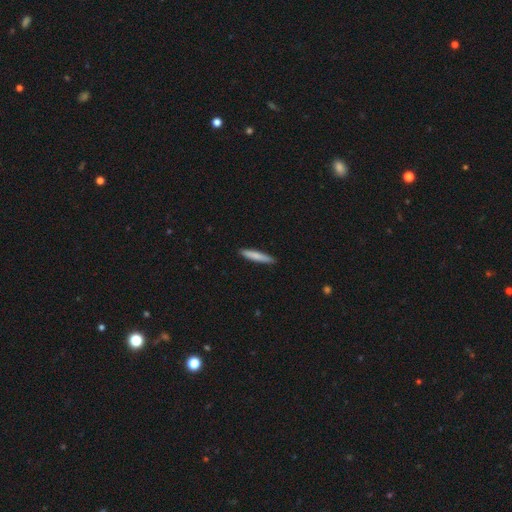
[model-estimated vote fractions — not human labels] This is likely a smooth galaxy (78%). How rounded: clearly cigar-shaped (91%). Merging: clearly none (89%).